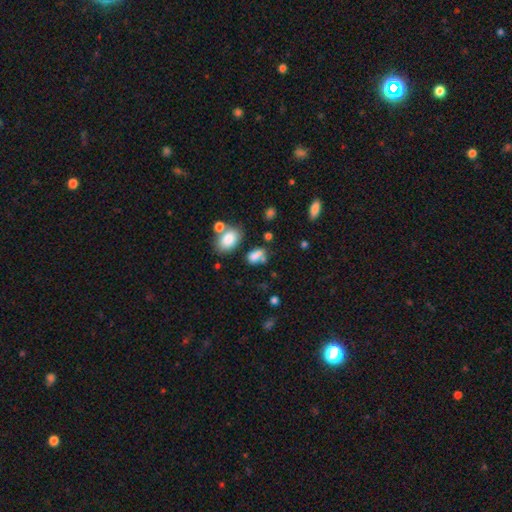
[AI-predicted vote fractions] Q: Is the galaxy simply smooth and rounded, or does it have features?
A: smooth — 77%.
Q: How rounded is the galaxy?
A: in between — 79%.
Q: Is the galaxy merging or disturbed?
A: none — 46%.